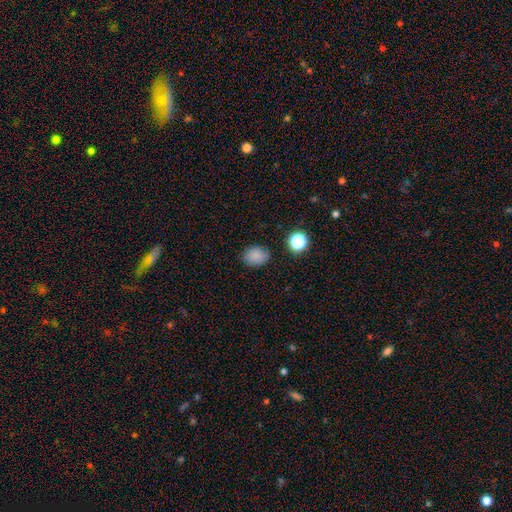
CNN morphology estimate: Smooth or featured?
  - smooth: 81% *
  - star or artifact: 12%
  - featured or disk: 6%
How rounded?
  - in between: 59% *
  - round: 40%
  - cigar-shaped: 1%
Merging?
  - none: 81% *
  - minor disturbance: 14%
  - major disturbance: 3%
  - merger: 2%